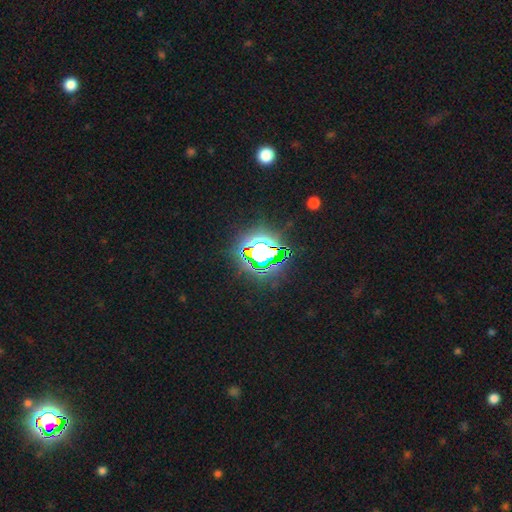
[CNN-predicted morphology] star or artifact 75%, smooth 14%, featured or disk 11%.